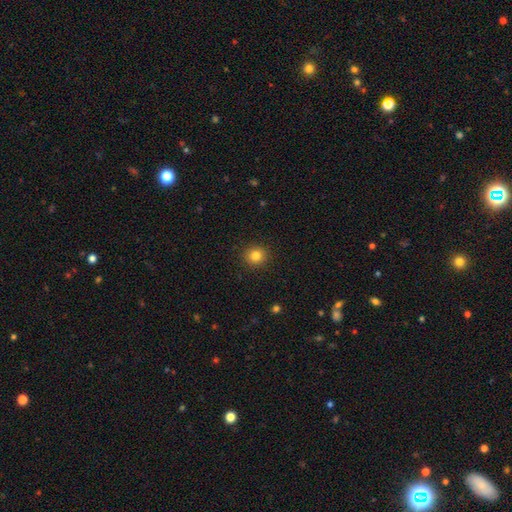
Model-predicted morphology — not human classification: Smooth or featured? smooth (82%)
How rounded? round (90%)
Merging? none (92%)